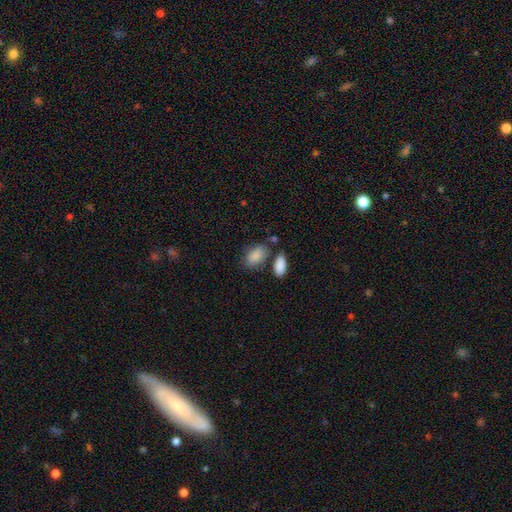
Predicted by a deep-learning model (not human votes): This appears to be a smooth galaxy with no disk features (88%) that is in between round and cigar-shaped (93%). Merging: none (62%).